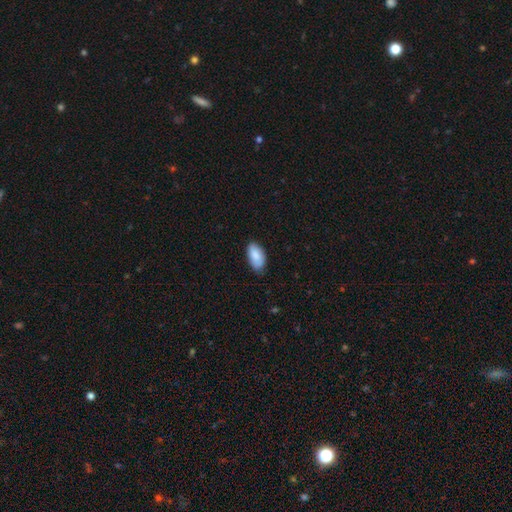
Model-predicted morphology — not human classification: Q: Smooth or featured?
A: smooth (86%); runner-up: featured or disk (8%)
Q: How rounded?
A: in between (95%); runner-up: round (3%)
Q: Merging?
A: none (78%); runner-up: minor disturbance (19%)